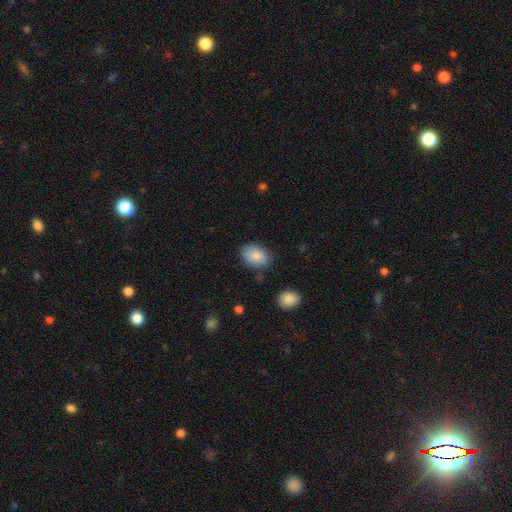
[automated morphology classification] Smooth or featured? smooth (87%)
How rounded? in between (82%)
Merging? none (78%)